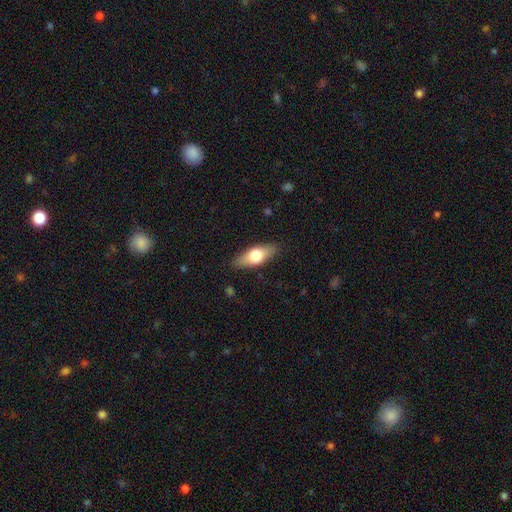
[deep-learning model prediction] The model was most divided on "smooth or featured": smooth: 60%, featured or disk: 34%, star or artifact: 6%. More confident: merging — none (86%); how rounded — in between (72%).